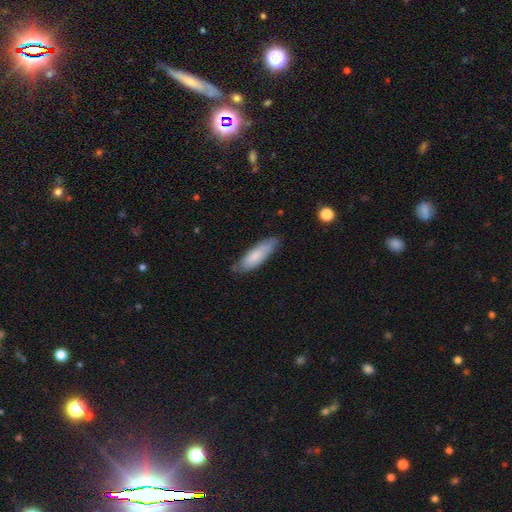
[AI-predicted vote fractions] Overall: smooth (78%). How rounded: cigar-shaped (53%; in between 46%). Merging: none (75%).